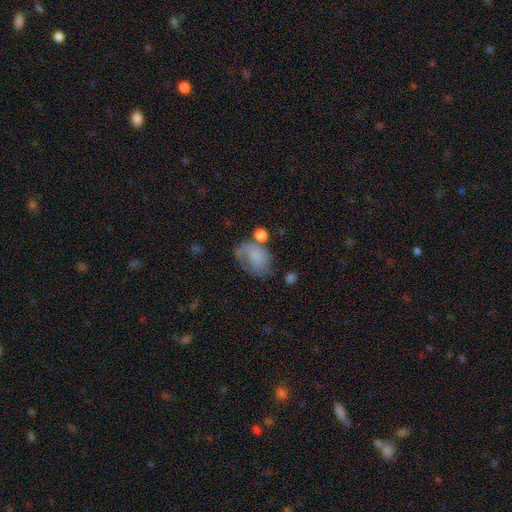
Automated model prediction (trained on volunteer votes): smooth 62%, featured or disk 29%, star or artifact 10%. Down the decision tree: how rounded — in between (74%); merging — none (39%).